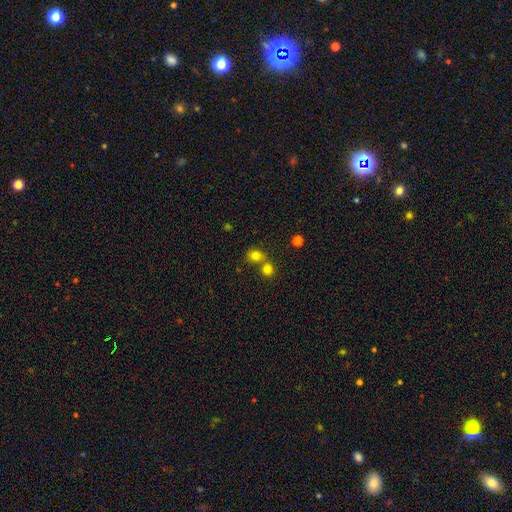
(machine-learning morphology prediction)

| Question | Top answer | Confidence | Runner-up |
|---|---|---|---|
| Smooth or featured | smooth | 77% | star or artifact (15%) |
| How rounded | round | 73% | in between (26%) |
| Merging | none | 51% | merger (39%) |